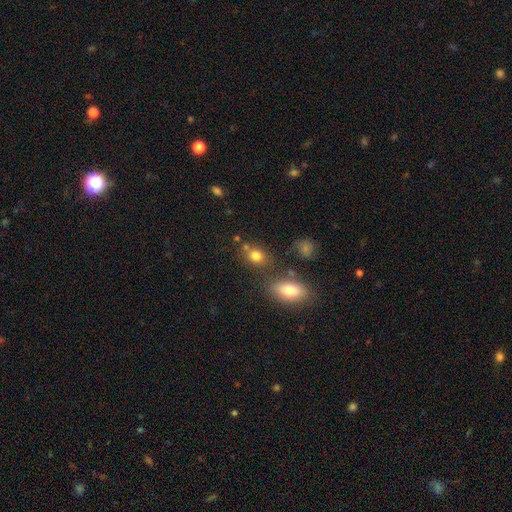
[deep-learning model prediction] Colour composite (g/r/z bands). It shows a smooth galaxy with no disk features (79%) that is in between round and cigar-shaped (51%). Merging: none (62%).